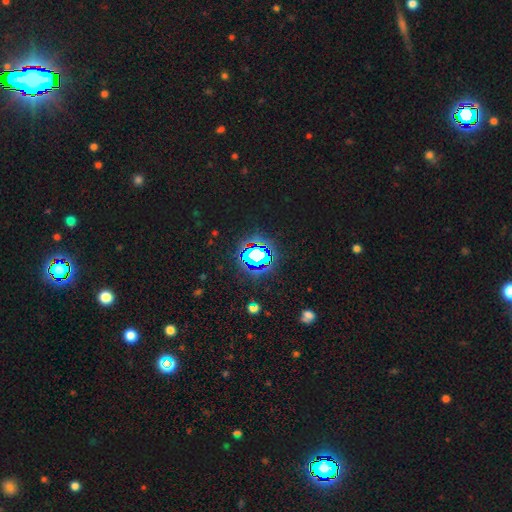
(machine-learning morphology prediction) Overall: star or artifact (72%).